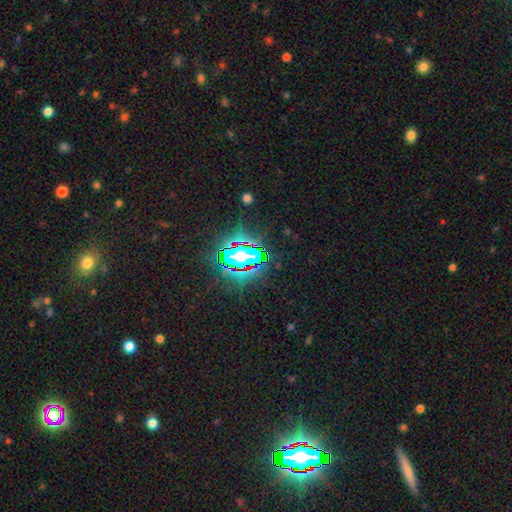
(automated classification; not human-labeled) This appears to be a star or artifact, not a galaxy (75%).